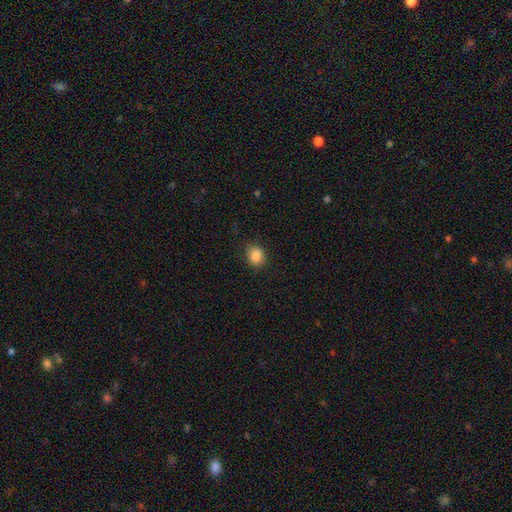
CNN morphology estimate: smooth 87%, star or artifact 10%, featured or disk 4%. Down the decision tree: how rounded — round (60%); merging — none (83%).